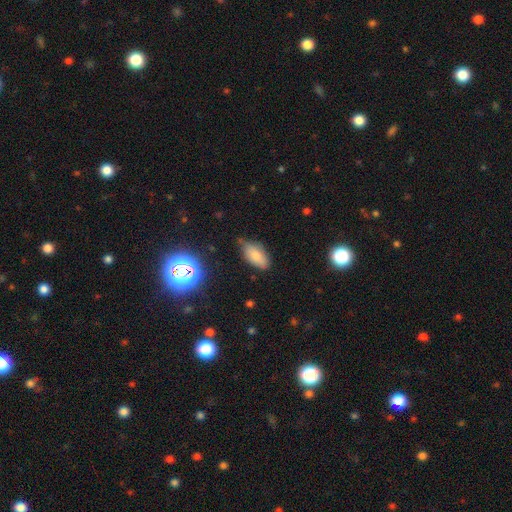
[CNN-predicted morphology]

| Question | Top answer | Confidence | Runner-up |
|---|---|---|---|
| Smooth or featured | smooth | 76% | featured or disk (13%) |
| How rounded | in between | 90% | cigar-shaped (6%) |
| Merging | none | 60% | minor disturbance (32%) |